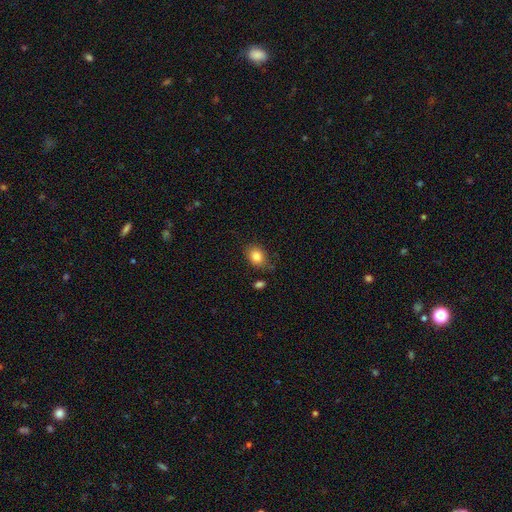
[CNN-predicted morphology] Overall: smooth (84%). How rounded: in between (60%; round 39%). Merging: none (75%).